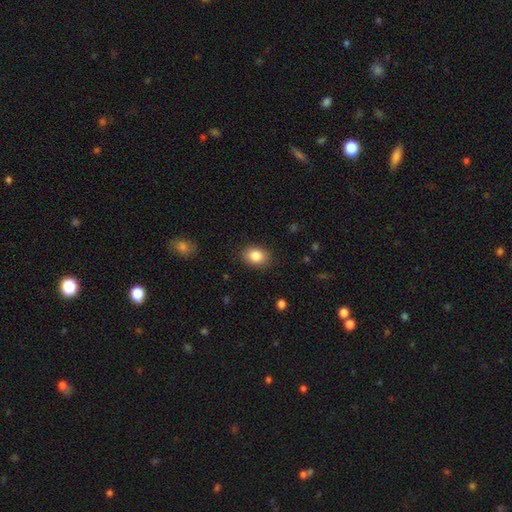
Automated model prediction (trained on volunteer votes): Smooth or featured? Predicted: smooth (p=0.86). How rounded? Predicted: in between (p=0.69). Merging? Predicted: none (p=0.85).